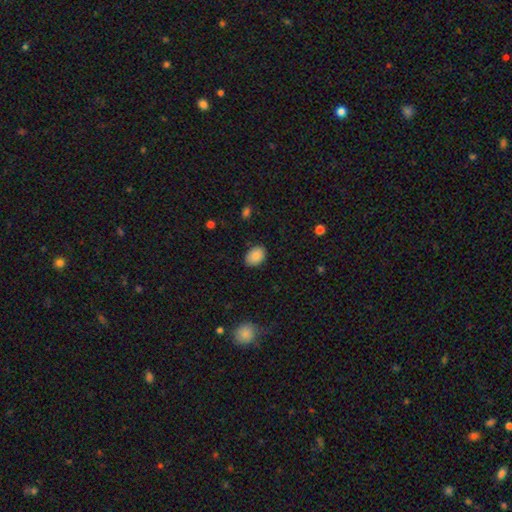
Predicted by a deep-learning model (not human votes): Smooth or featured? smooth (87%)
How rounded? in between (73%)
Merging? none (84%)